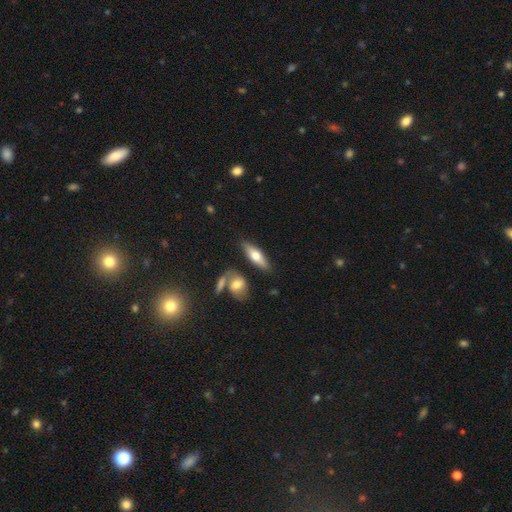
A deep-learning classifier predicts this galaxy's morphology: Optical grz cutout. It shows a smooth galaxy with no disk features (59%) that is in between round and cigar-shaped (51%). Merging: none (76%).